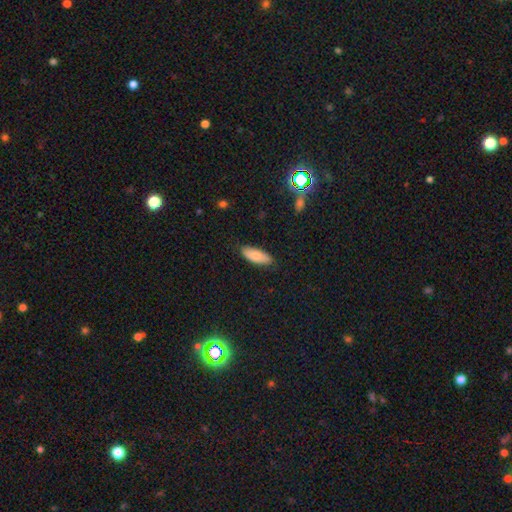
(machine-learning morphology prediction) Smooth or featured? Predicted: smooth (p=0.84). How rounded? Predicted: in between (p=0.75). Merging? Predicted: none (p=0.84).